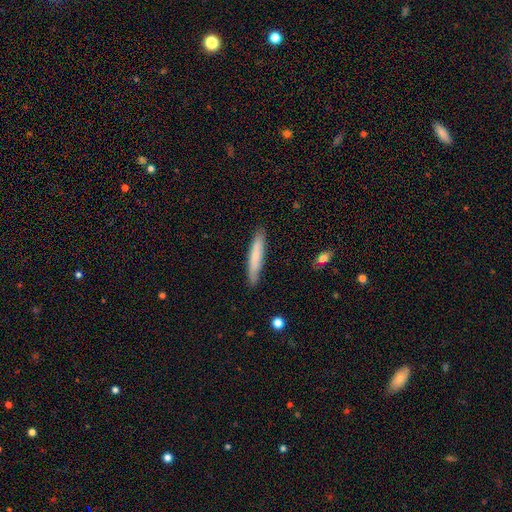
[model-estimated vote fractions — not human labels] Q: Smooth or featured?
A: smooth (72%); runner-up: featured or disk (22%)
Q: How rounded?
A: cigar-shaped (93%); runner-up: in between (6%)
Q: Merging?
A: none (86%); runner-up: minor disturbance (11%)